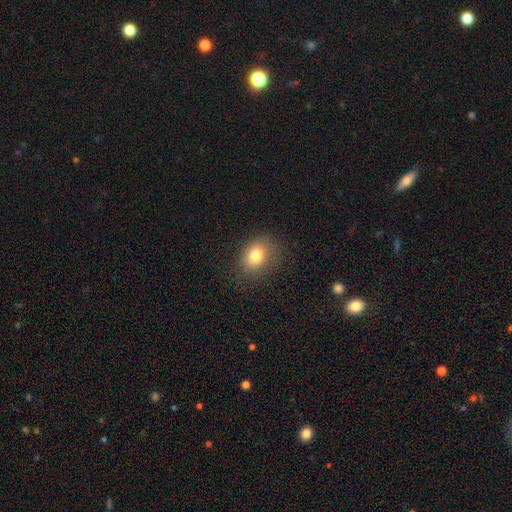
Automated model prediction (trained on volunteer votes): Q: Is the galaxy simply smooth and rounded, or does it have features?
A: smooth — 78%.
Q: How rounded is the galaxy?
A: in between — 56%.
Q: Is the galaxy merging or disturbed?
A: none — 78%.